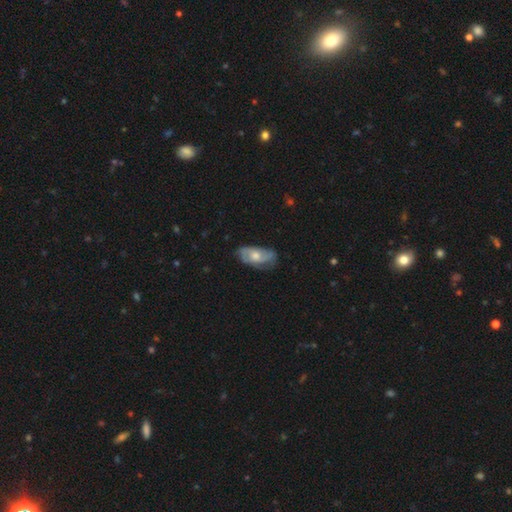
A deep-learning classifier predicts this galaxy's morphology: Smooth or featured: featured or disk — 58% (smooth — 36%)
Edge-on disk: no — 92% (yes — 8%)
Bar: no — 76% (weak — 21%)
Spiral arms: yes — 77% (no — 23%)
Bulge size: moderate — 63% (small — 22%)
Merging: none — 59% (minor disturbance — 28%)